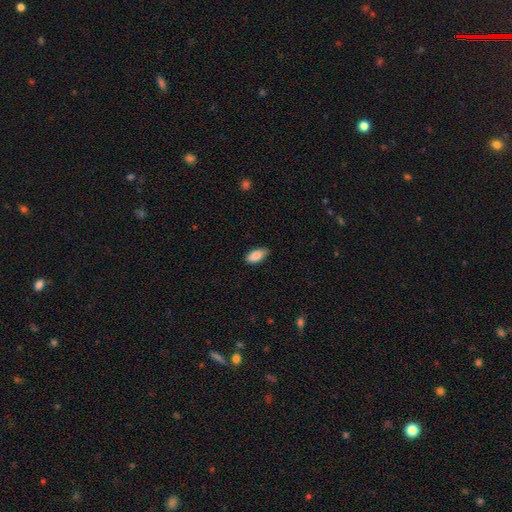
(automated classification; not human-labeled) This is clearly a smooth galaxy (87%). How rounded: clearly in between (91%). Merging: likely none (79%).